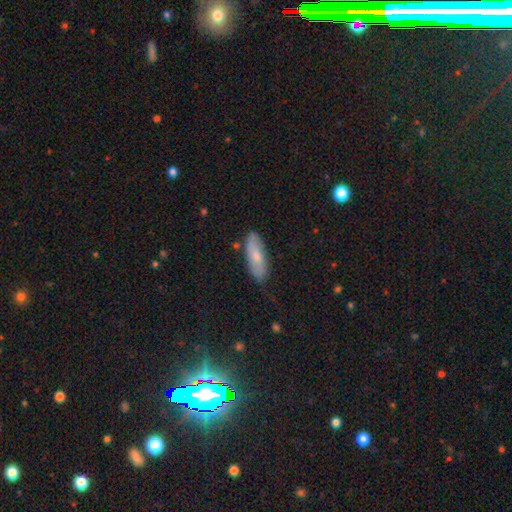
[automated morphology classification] Smooth or featured: smooth — 73% (featured or disk — 21%)
How rounded: in between — 62% (cigar-shaped — 36%)
Merging: none — 78% (minor disturbance — 17%)